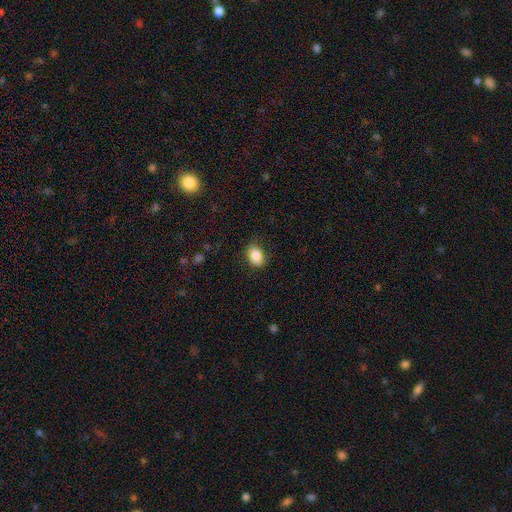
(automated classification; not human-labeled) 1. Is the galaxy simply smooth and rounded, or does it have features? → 86% smooth, 8% star or artifact, 6% featured or disk.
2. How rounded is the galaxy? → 76% in between, 23% round, 1% cigar-shaped.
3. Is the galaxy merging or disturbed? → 81% none, 14% minor disturbance, 4% major disturbance, 1% merger.